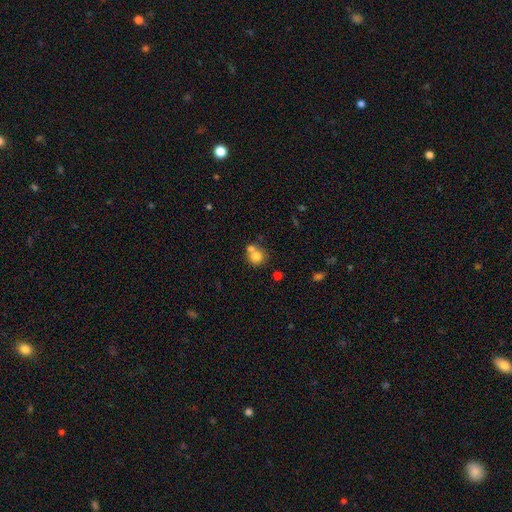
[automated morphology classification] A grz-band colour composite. It shows a smooth galaxy with no disk features (75%) that is round (85%). Merging: none (45%).